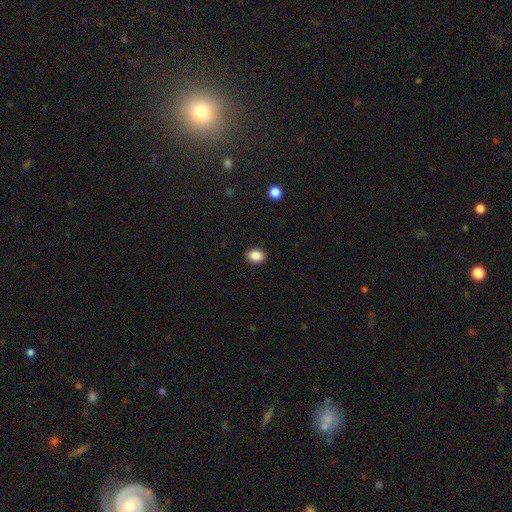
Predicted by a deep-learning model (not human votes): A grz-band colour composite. It shows a smooth galaxy with no disk features (88%) that is in between round and cigar-shaped (62%). Merging: none (90%).